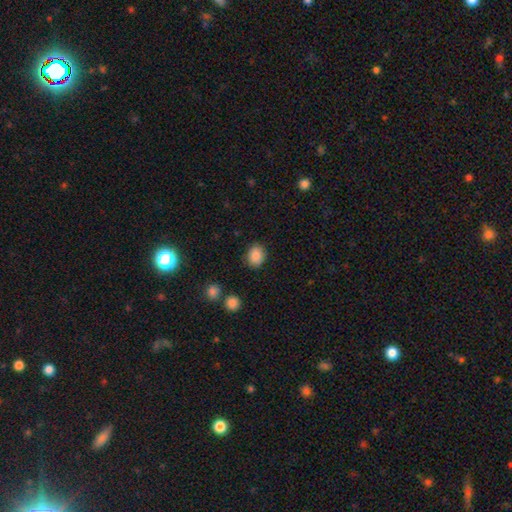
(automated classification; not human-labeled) The model was most divided on "how rounded": round: 51%, in between: 48%, cigar-shaped: 1%. More confident: smooth or featured — smooth (86%); merging — none (86%).